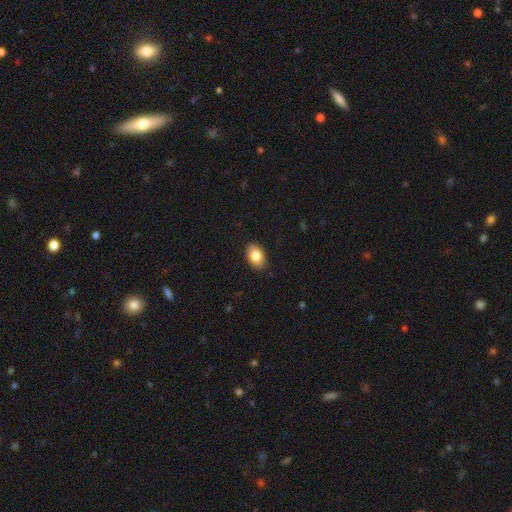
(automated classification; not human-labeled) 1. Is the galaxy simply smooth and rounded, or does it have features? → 83% smooth, 9% featured or disk, 7% star or artifact.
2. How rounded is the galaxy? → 86% in between, 12% round, 1% cigar-shaped.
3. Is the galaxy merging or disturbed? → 88% none, 9% minor disturbance, 2% major disturbance, 1% merger.